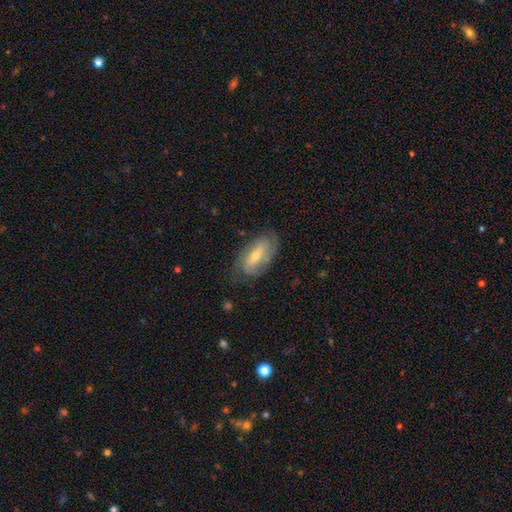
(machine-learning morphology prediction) Smooth or featured? featured or disk (68%)
Edge-on disk? no (89%)
Bar? weak (39%)
Spiral arms? yes (85%)
Spiral winding? tight (45%)
Spiral arm count? 2 (58%)
Bulge size? small (49%)
Merging? none (70%)